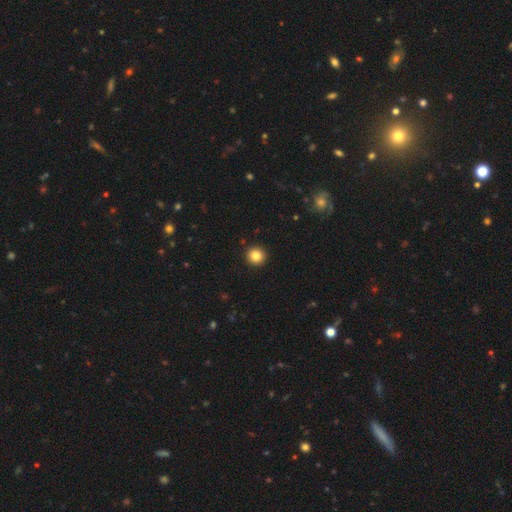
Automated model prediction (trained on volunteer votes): smooth-or-featured: smooth: 85% | star or artifact: 10% | featured or disk: 5%
  how-rounded: round: 95% | in between: 4% | cigar-shaped: 1%
  merging: none: 93% | minor disturbance: 4% | major disturbance: 1% | merger: 1%